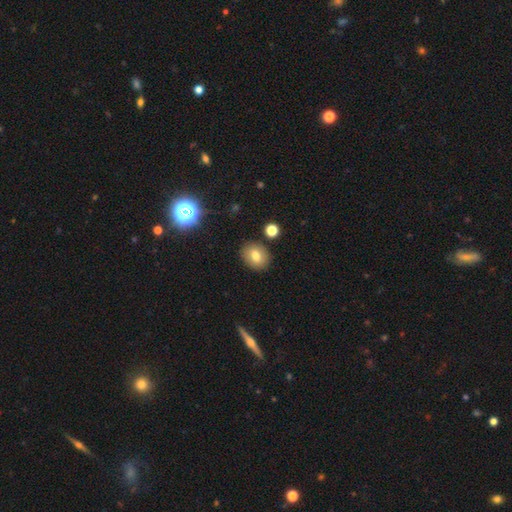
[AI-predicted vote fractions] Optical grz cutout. It shows a smooth galaxy with no disk features (75%) that is in between round and cigar-shaped (51%). Merging: none (85%).